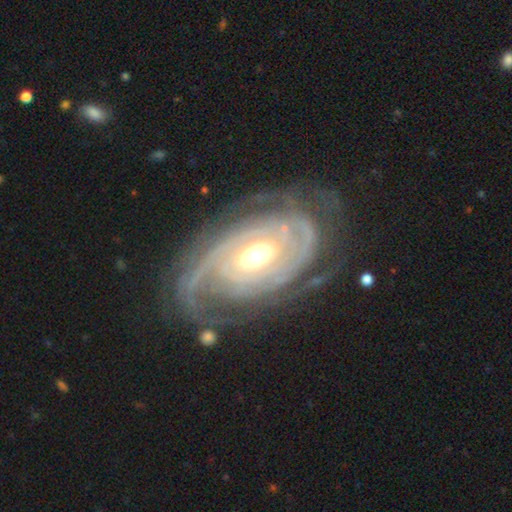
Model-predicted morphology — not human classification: Q: Smooth or featured?
A: featured or disk (90%); runner-up: smooth (5%)
Q: Edge-on disk?
A: no (96%); runner-up: yes (4%)
Q: Bar?
A: no (50%); runner-up: weak (33%)
Q: Spiral arms?
A: yes (97%); runner-up: no (3%)
Q: Spiral winding?
A: tight (74%); runner-up: medium (22%)
Q: Spiral arm count?
A: 2 (35%); runner-up: can't tell (23%)
Q: Bulge size?
A: moderate (70%); runner-up: small (19%)
Q: Merging?
A: none (70%); runner-up: minor disturbance (19%)